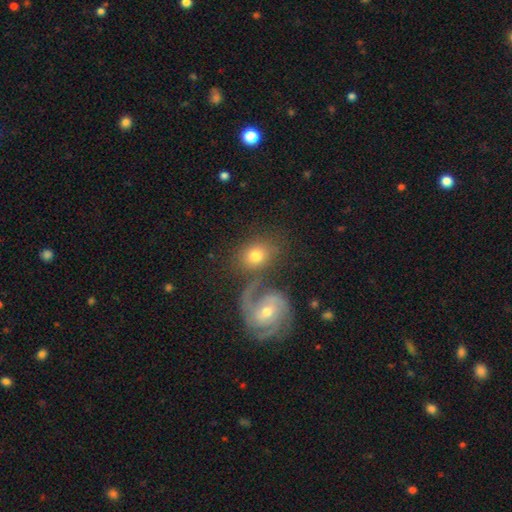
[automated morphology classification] smooth 54%, featured or disk 37%, star or artifact 9%. Down the decision tree: how rounded — in between (52%); merging — none (48%).